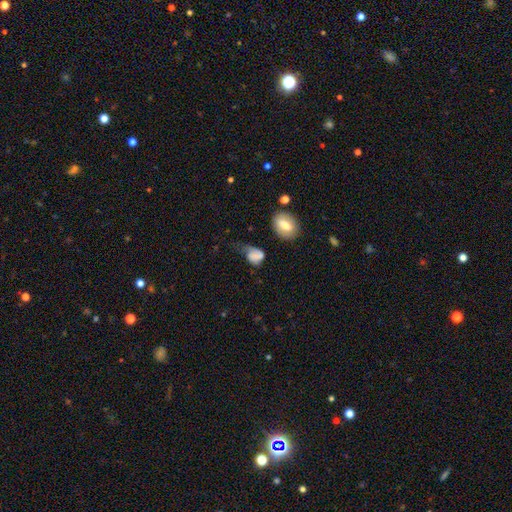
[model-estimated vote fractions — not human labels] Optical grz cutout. It shows a smooth galaxy with no disk features (67%) that is in between round and cigar-shaped (65%). Merging: major disturbance (38%).